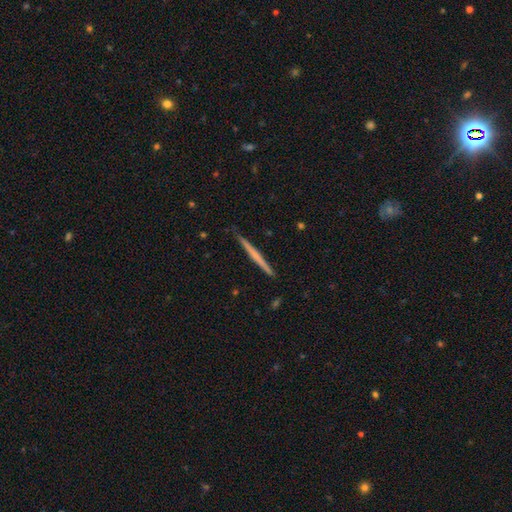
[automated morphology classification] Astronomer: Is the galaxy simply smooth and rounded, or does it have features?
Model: featured or disk — 50% (runner-up: smooth, 45%).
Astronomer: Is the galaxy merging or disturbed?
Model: none — 90%.